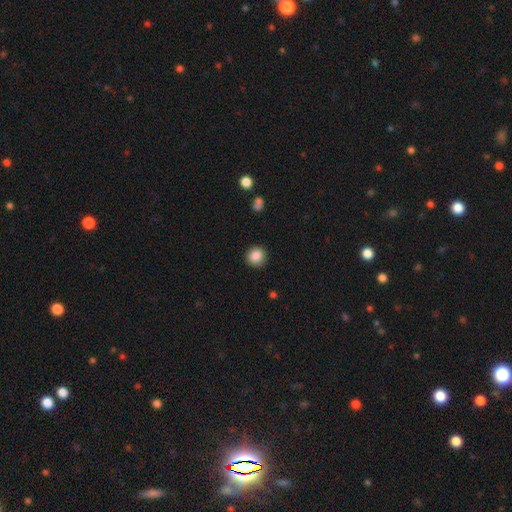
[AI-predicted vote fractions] This appears to be a smooth galaxy with no disk features (86%) that is round (90%). Merging: none (88%).